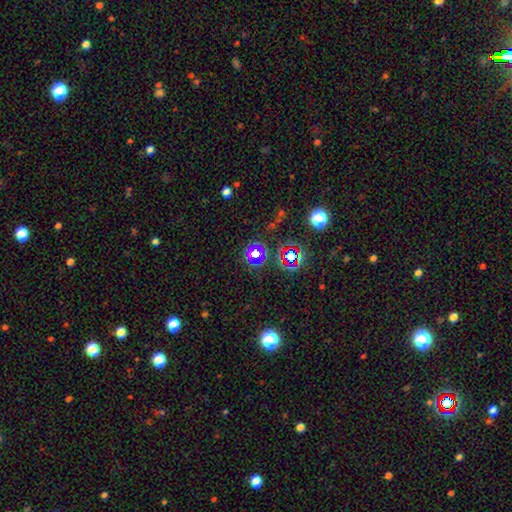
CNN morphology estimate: star or artifact 66%, smooth 24%, featured or disk 10%.